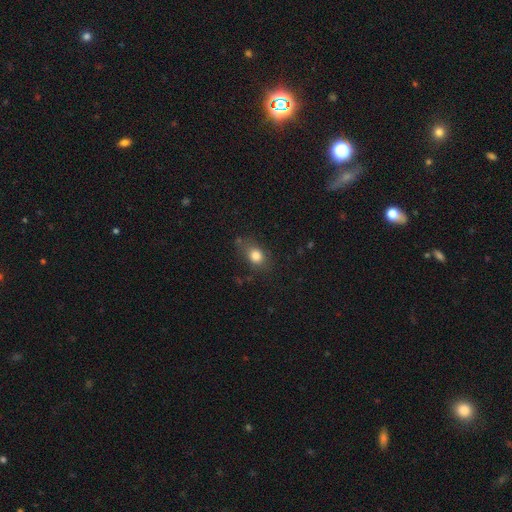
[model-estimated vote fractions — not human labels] A smooth galaxy with no disk features (80%) that is in between round and cigar-shaped (62%).

Vote fractions:
- Smooth or featured? smooth: 80% / star or artifact: 10% / featured or disk: 10%
- How rounded? in between: 62% / round: 36% / cigar-shaped: 2%
- Merging? none: 67% / minor disturbance: 23% / major disturbance: 8% / merger: 3%